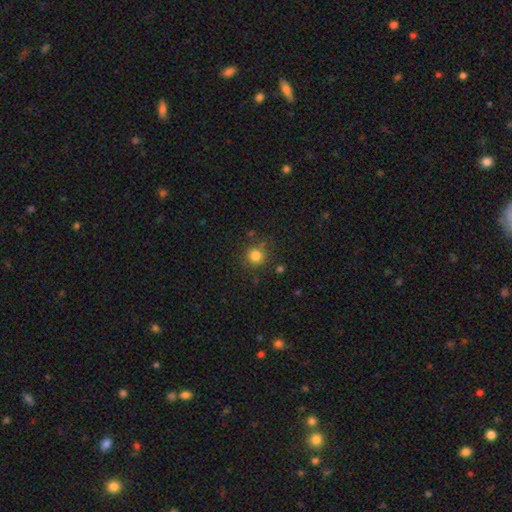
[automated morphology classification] smooth_or_featured: smooth (p=0.82) [alt: star or artifact p=0.13]
how_rounded: round (p=0.93) [alt: in between p=0.06]
merging: none (p=0.82) [alt: minor disturbance p=0.10]